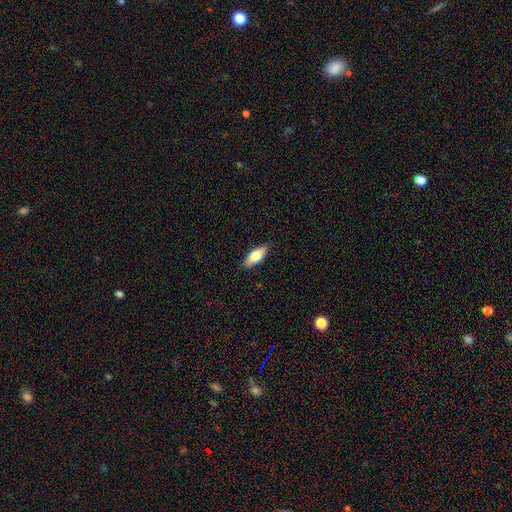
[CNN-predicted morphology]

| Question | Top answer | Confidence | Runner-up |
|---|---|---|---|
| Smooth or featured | smooth | 68% | featured or disk (26%) |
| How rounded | in between | 73% | cigar-shaped (24%) |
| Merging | none | 86% | minor disturbance (11%) |